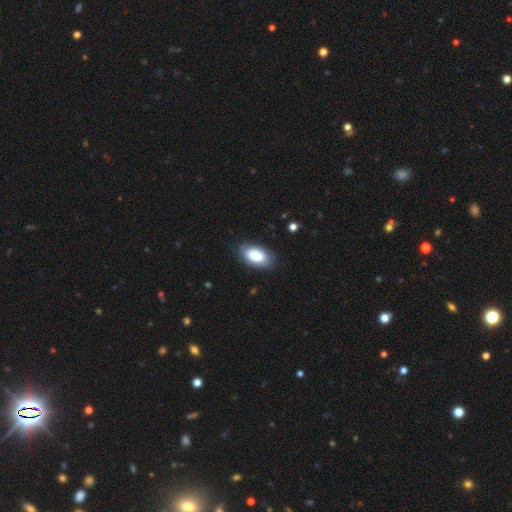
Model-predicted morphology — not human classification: A smooth galaxy with no disk features (82%) that is in between round and cigar-shaped (94%). Merging: none (79%).